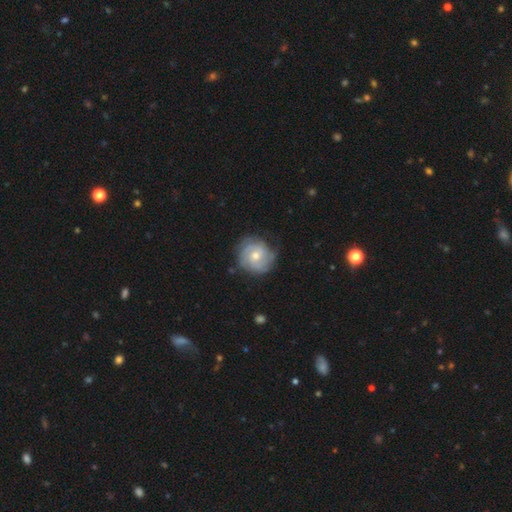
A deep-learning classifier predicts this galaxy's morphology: Q: Smooth or featured?
A: featured or disk (74%); runner-up: smooth (21%)
Q: Edge-on disk?
A: no (98%); runner-up: yes (2%)
Q: Bar?
A: no (66%); runner-up: weak (30%)
Q: Spiral arms?
A: yes (91%); runner-up: no (9%)
Q: Spiral winding?
A: tight (65%); runner-up: medium (28%)
Q: Spiral arm count?
A: 2 (31%); tied with: can't tell (31%)
Q: Bulge size?
A: moderate (59%); runner-up: small (37%)
Q: Merging?
A: none (76%); runner-up: minor disturbance (18%)